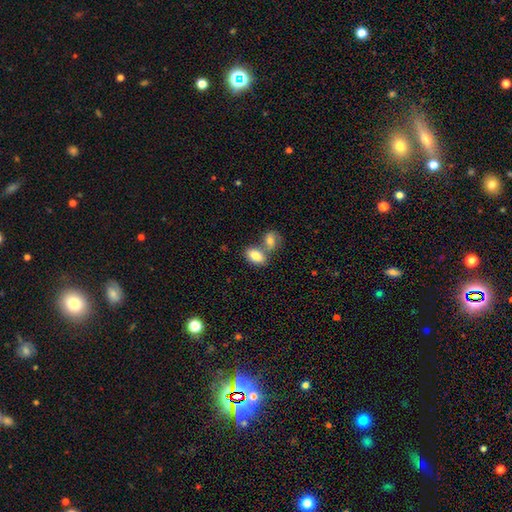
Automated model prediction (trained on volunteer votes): This is clearly a smooth galaxy (83%). How rounded: clearly in between (90%). Merging: possibly merger (49%).